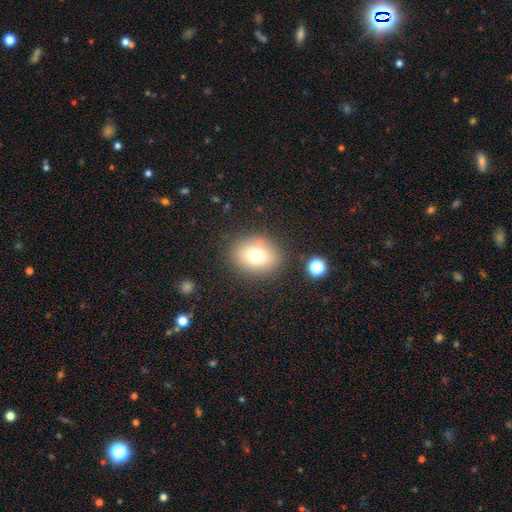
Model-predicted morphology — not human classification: type=smooth (73%); roundness=round (56%); merging=none (82%).